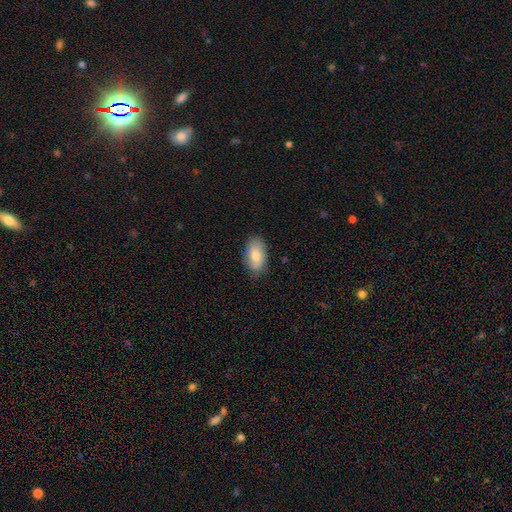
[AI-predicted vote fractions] This is likely a smooth galaxy (79%). How rounded: clearly in between (93%). Merging: clearly none (80%).